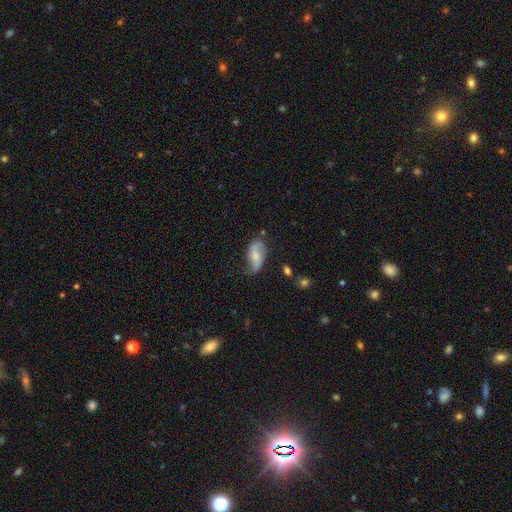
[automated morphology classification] featured or disk 60%, smooth 33%, star or artifact 7%. Down the decision tree: edge-on disk — no (95%); bar — no (47%); spiral arms — yes (90%); spiral arm count — 2 (87%); spiral winding — loose (75%); bulge size — small (47%); merging — none (57%).